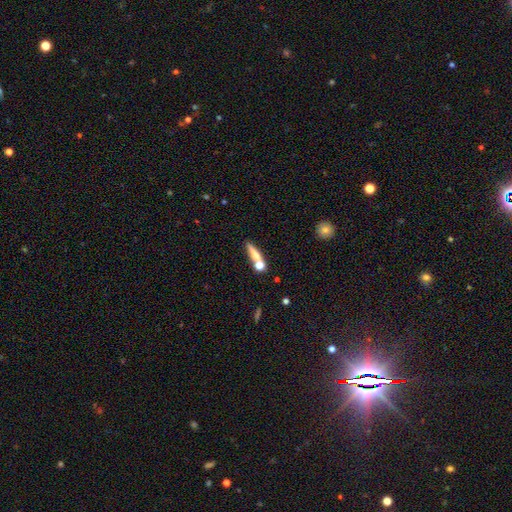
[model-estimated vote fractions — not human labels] A smooth galaxy with no disk features (64%) that is cigar-shaped (68%).

Vote fractions:
- Smooth or featured? smooth: 64% / featured or disk: 26% / star or artifact: 10%
- How rounded? cigar-shaped: 68% / in between: 20% / round: 12%
- Merging? none: 57% / merger: 25% / minor disturbance: 12% / major disturbance: 6%